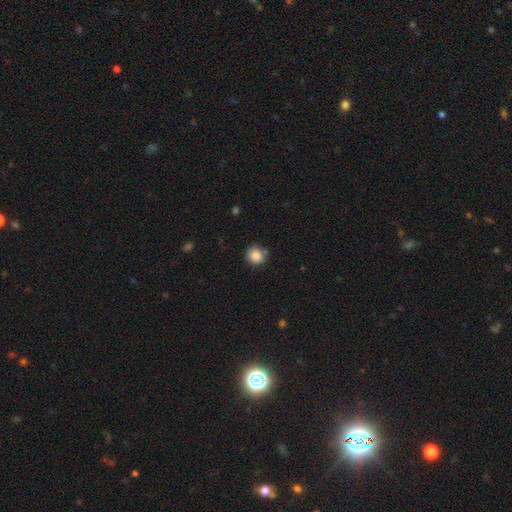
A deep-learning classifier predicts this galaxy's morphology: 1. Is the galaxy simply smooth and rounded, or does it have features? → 86% smooth, 9% star or artifact, 5% featured or disk.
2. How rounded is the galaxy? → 90% round, 9% in between, 1% cigar-shaped.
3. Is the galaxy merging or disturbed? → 76% none, 16% minor disturbance, 5% merger, 3% major disturbance.